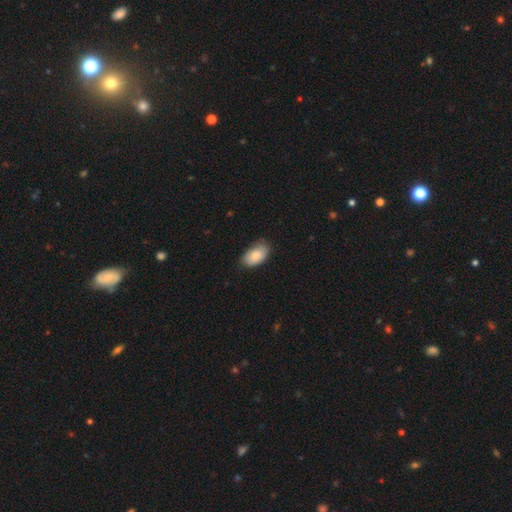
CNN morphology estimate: Smooth or featured? smooth (80%)
How rounded? in between (93%)
Merging? none (71%)